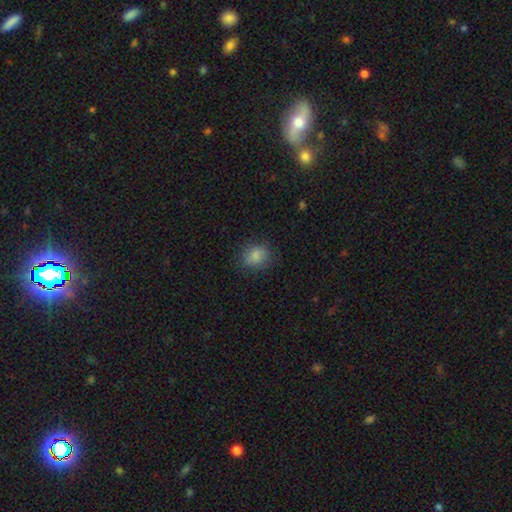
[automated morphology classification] Smooth or featured: smooth — 85% (star or artifact — 9%)
How rounded: round — 68% (in between — 31%)
Merging: none — 82% (minor disturbance — 13%)